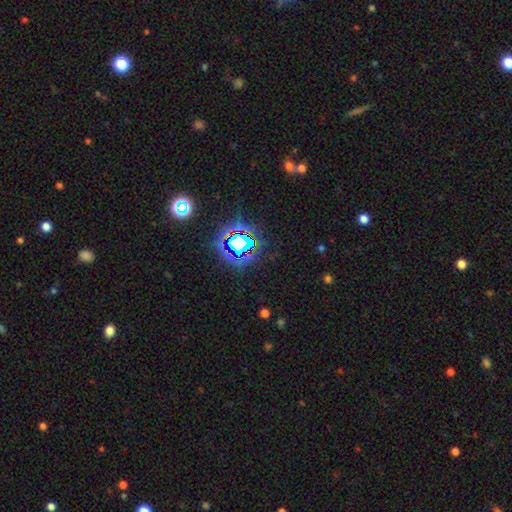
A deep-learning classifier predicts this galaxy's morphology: Smooth or featured? star or artifact (79%)